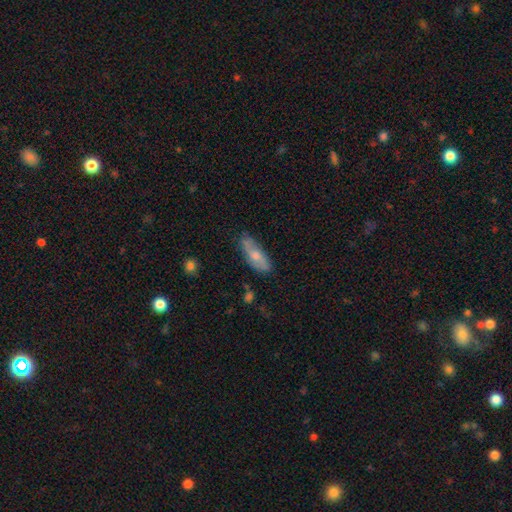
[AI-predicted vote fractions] Smooth or featured: smooth — 51% (featured or disk — 43%)
How rounded: in between — 69% (cigar-shaped — 28%)
Merging: none — 72% (minor disturbance — 22%)